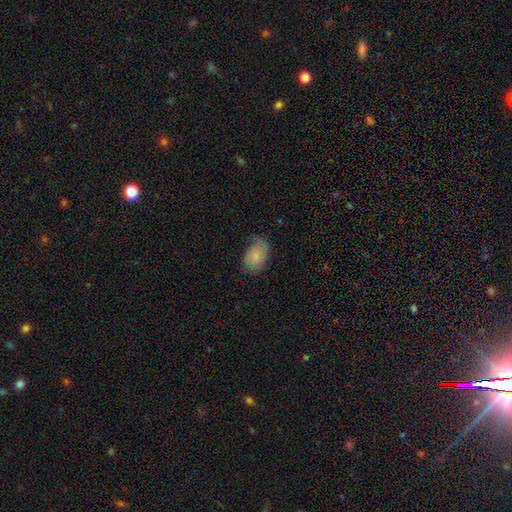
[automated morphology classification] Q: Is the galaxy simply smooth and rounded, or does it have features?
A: smooth — 81%.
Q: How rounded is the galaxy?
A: in between — 88%.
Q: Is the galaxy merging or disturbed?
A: none — 63%.